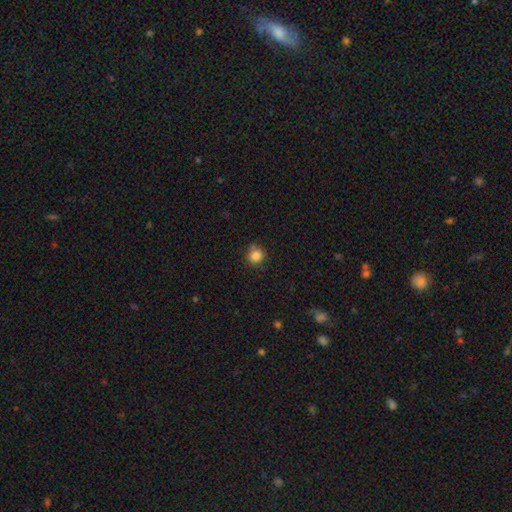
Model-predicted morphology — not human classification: This is clearly a smooth galaxy (84%). How rounded: clearly round (86%). Merging: likely none (71%).